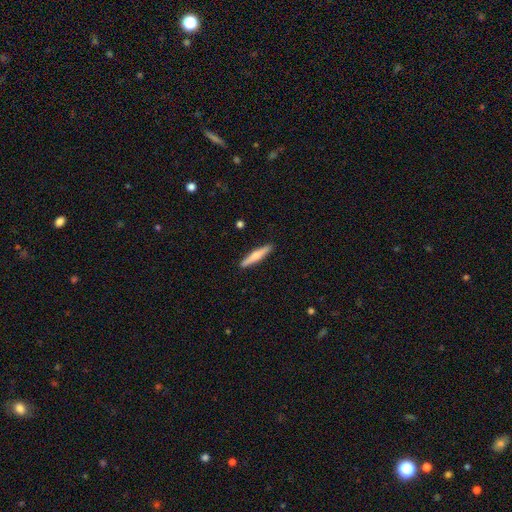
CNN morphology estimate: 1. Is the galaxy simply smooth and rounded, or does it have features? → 52% smooth, 43% featured or disk, 5% star or artifact.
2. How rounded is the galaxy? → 90% cigar-shaped, 8% in between, 2% round.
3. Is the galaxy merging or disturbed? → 91% none, 6% minor disturbance, 1% major disturbance, 1% merger.